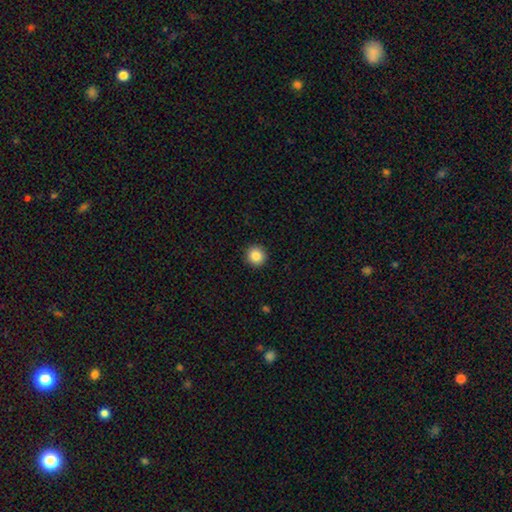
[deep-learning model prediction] Smooth or featured: smooth — 86% (star or artifact — 9%)
How rounded: round — 95% (in between — 4%)
Merging: none — 93% (minor disturbance — 5%)